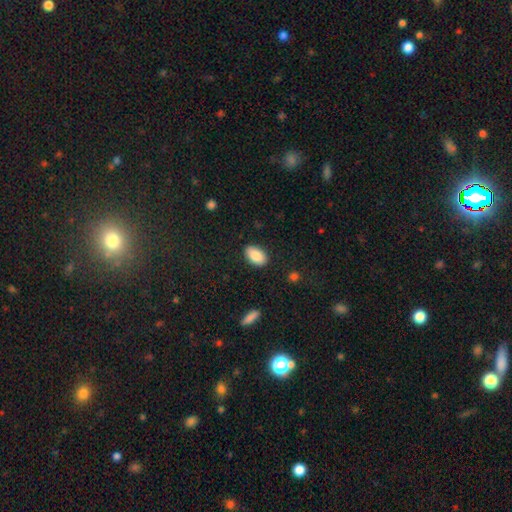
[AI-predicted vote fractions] smooth-or-featured: smooth: 86% | star or artifact: 7% | featured or disk: 7%
  how-rounded: in between: 93% | round: 6% | cigar-shaped: 2%
  merging: none: 87% | minor disturbance: 10% | major disturbance: 2% | merger: 1%